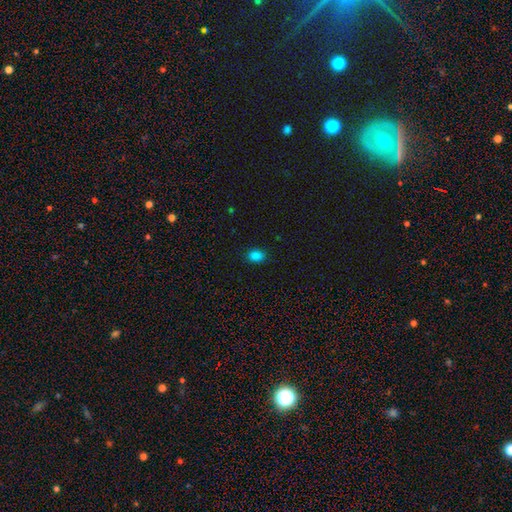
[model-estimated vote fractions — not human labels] Smooth or featured: smooth — 84% (star or artifact — 13%)
How rounded: in between — 71% (round — 28%)
Merging: none — 88% (minor disturbance — 9%)